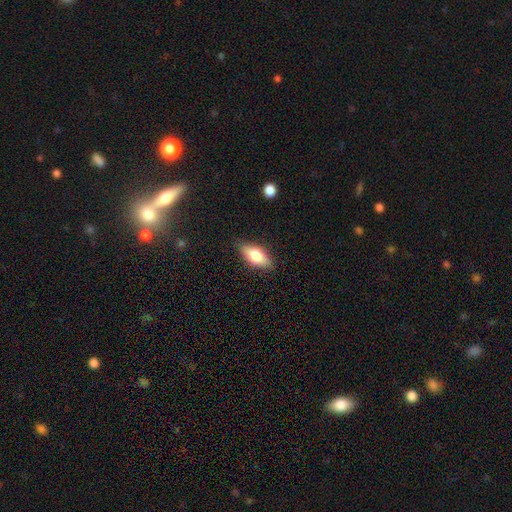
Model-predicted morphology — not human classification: The model was most divided on "smooth or featured": smooth: 71%, featured or disk: 22%, star or artifact: 7%. More confident: merging — none (84%); how rounded — in between (82%).